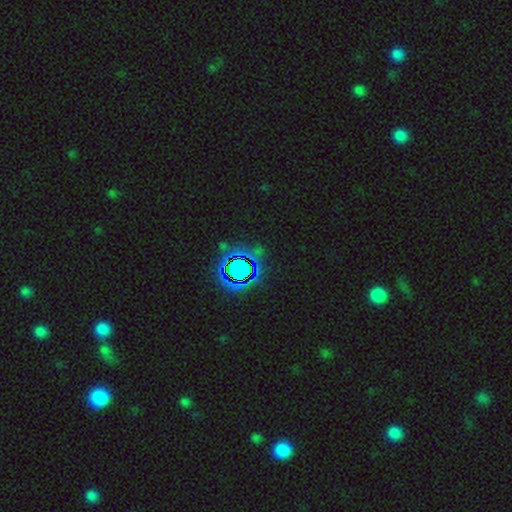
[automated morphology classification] smooth_or_featured: star or artifact (p=0.78) [alt: smooth p=0.13]